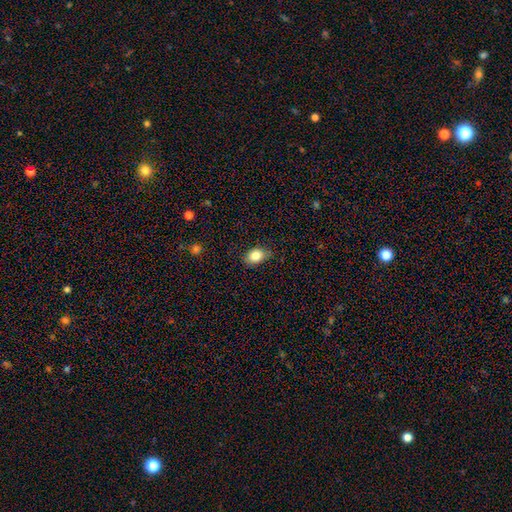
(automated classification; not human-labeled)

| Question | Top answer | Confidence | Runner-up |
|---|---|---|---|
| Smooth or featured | smooth | 86% | star or artifact (8%) |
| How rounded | in between | 75% | round (24%) |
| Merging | none | 76% | minor disturbance (19%) |